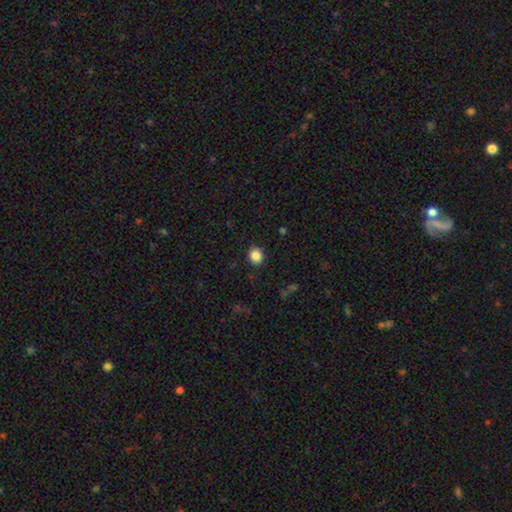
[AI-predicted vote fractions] smooth_or_featured: smooth (p=0.86) [alt: star or artifact p=0.10]
how_rounded: round (p=0.74) [alt: in between p=0.25]
merging: none (p=0.90) [alt: minor disturbance p=0.07]